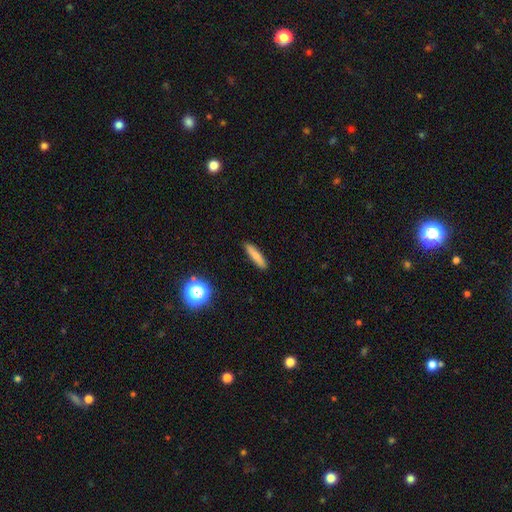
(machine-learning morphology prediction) smooth 75%, featured or disk 16%, star or artifact 9%. Down the decision tree: how rounded — cigar-shaped (82%); merging — none (89%).